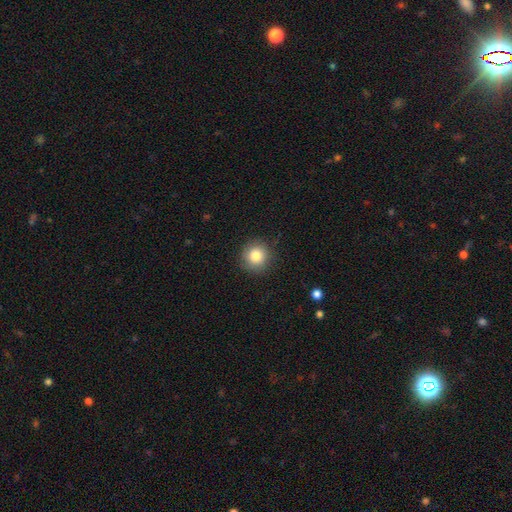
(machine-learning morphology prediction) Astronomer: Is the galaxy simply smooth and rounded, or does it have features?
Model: smooth — 83%.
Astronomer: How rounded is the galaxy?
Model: round — 93%.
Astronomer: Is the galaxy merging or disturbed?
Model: none — 90%.